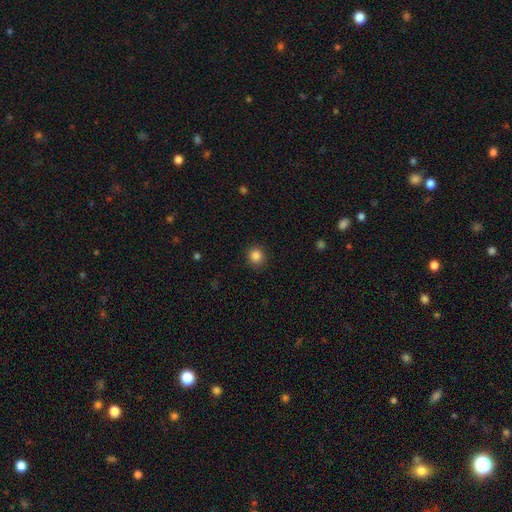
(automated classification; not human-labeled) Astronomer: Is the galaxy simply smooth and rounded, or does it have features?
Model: smooth — 86%.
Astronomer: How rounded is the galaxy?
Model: round — 88%.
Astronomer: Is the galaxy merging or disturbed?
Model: none — 90%.